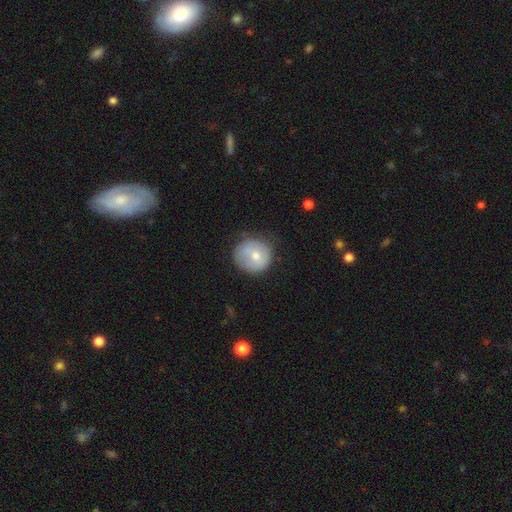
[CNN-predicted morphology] smooth-or-featured: smooth: 61% | featured or disk: 32% | star or artifact: 7%
  how-rounded: round: 89% | in between: 11% | cigar-shaped: 1%
  merging: none: 64% | minor disturbance: 25% | major disturbance: 8% | merger: 3%